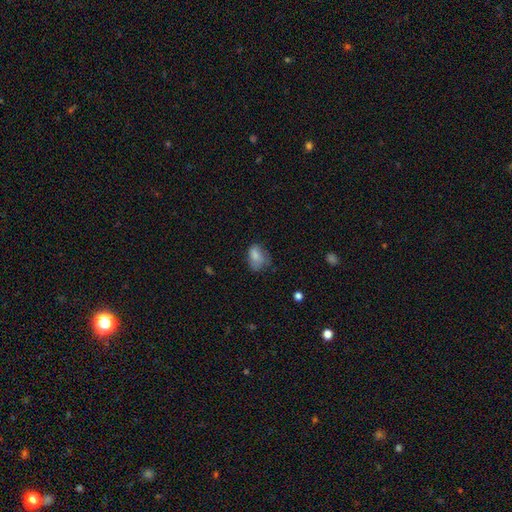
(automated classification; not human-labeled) Smooth or featured? smooth (78%)
How rounded? in between (77%)
Merging? none (46%)